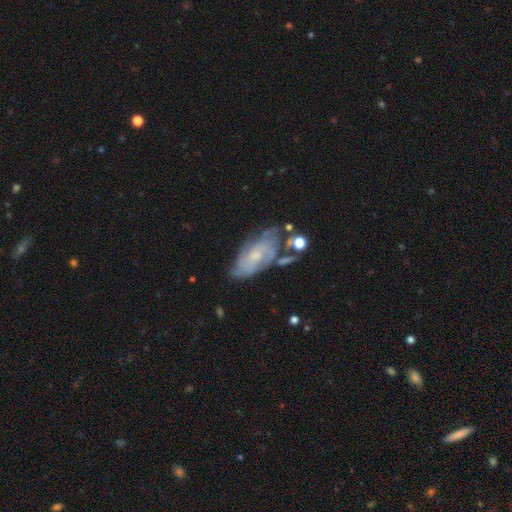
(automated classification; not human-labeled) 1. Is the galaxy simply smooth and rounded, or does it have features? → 72% featured or disk, 20% smooth, 8% star or artifact.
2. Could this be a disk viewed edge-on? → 93% no, 7% yes.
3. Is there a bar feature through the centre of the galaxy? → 69% no, 26% weak, 4% strong.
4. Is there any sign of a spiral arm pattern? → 87% yes, 13% no.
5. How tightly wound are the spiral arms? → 57% tight, 33% medium, 11% loose.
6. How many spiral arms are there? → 48% can't tell, 21% 2, 14% 3, 8% 4, 4% 1, 4% more than 4.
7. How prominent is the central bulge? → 58% small, 33% moderate, 6% none, 2% large, 1% dominant.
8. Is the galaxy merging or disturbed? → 52% none, 24% minor disturbance, 13% major disturbance, 11% merger.